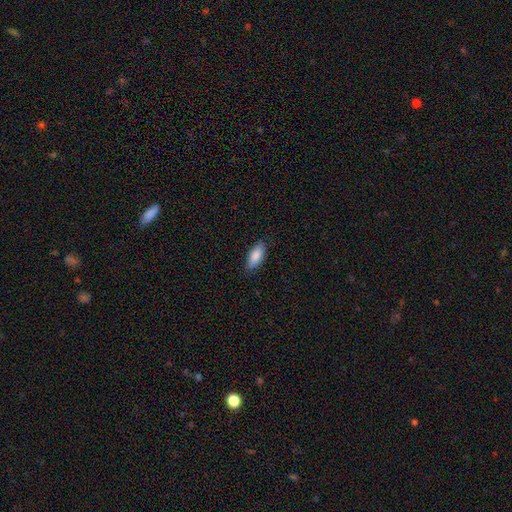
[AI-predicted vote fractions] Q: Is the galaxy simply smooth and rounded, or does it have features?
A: smooth — 87%.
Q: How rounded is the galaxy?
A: in between — 80%.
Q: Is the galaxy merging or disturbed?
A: none — 85%.